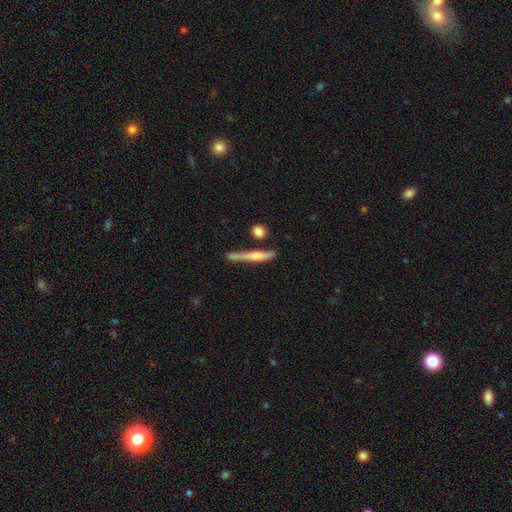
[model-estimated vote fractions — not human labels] Morphology: type=featured or disk (49%); merging=none (68%).